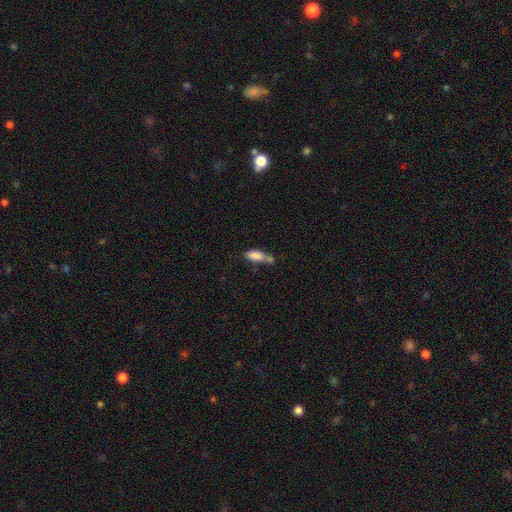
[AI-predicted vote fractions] This is clearly a smooth galaxy (81%). How rounded: likely in between (74%). Merging: marginally merger (37%).